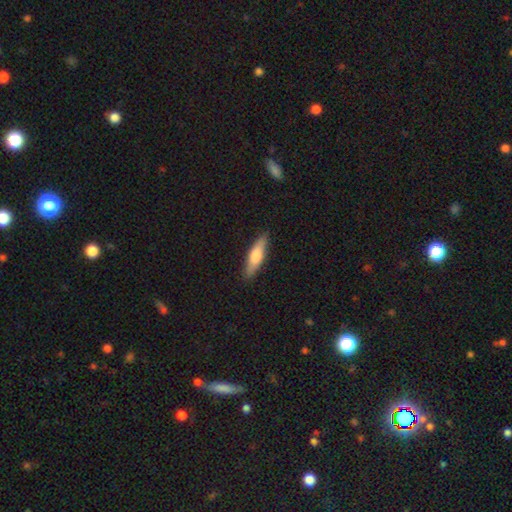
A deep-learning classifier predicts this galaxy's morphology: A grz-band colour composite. It shows a smooth galaxy with no disk features (69%) that is cigar-shaped (67%). Merging: none (87%).